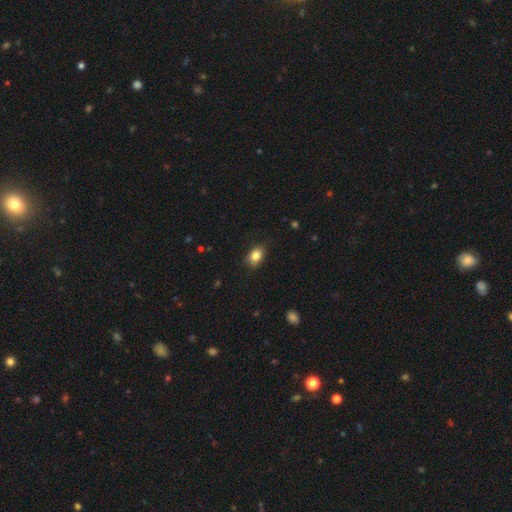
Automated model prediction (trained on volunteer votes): Smooth or featured? Predicted: smooth (p=0.84). How rounded? Predicted: in between (p=0.74). Merging? Predicted: none (p=0.83).